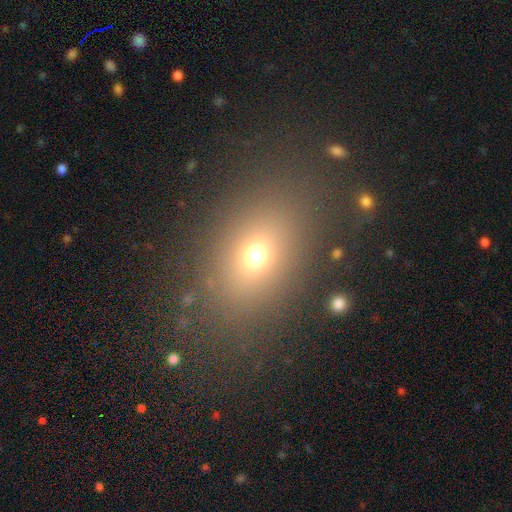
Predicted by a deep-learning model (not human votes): This appears to be a smooth galaxy with no disk features (68%) that is in between round and cigar-shaped (64%). Merging: none (80%).